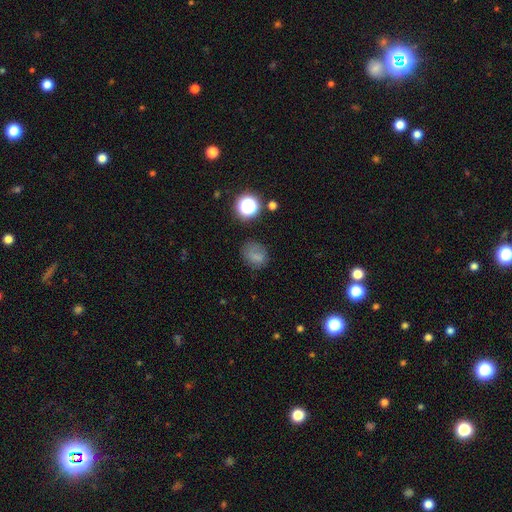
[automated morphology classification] This appears to be a smooth galaxy with no disk features (69%) that is round (60%). Merging: none (61%).